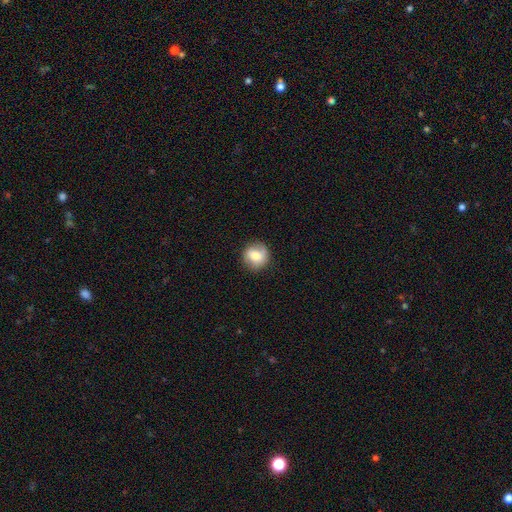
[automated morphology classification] type=smooth (70%); roundness=round (88%); merging=none (81%).